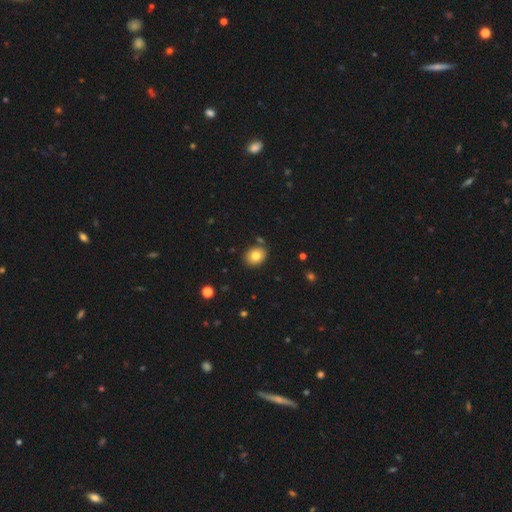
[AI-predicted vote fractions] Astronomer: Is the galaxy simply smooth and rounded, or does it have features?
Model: smooth — 80%.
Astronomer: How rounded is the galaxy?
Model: in between — 51% (runner-up: round, 48%).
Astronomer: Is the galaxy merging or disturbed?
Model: none — 84%.